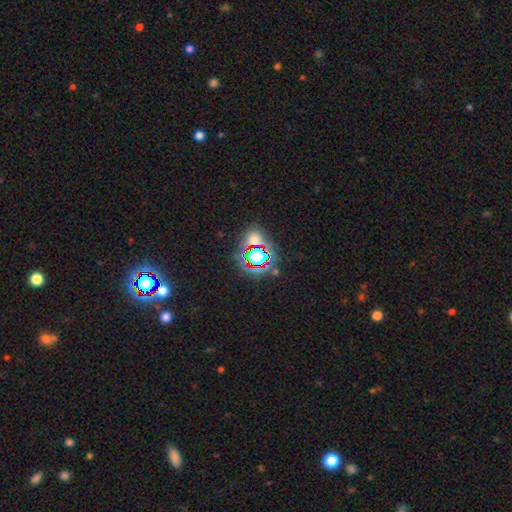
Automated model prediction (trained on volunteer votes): Morphology: type=star or artifact (61%).